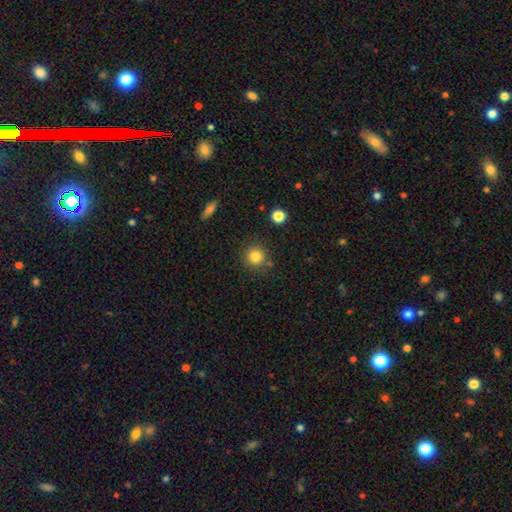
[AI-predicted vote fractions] Morphology: type=smooth (83%); roundness=round (92%); merging=none (82%).